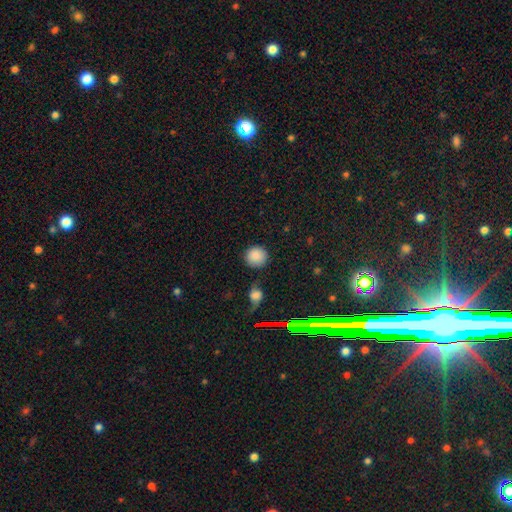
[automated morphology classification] smooth 85%, star or artifact 10%, featured or disk 5%. Down the decision tree: how rounded — round (93%); merging — none (83%).